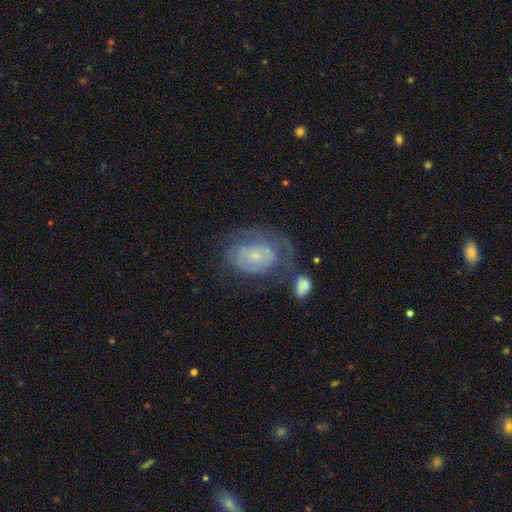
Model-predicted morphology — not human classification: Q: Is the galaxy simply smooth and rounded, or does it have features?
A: featured or disk — 51%.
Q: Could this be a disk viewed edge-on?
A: no — 96%.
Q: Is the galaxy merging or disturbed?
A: none — 37%.